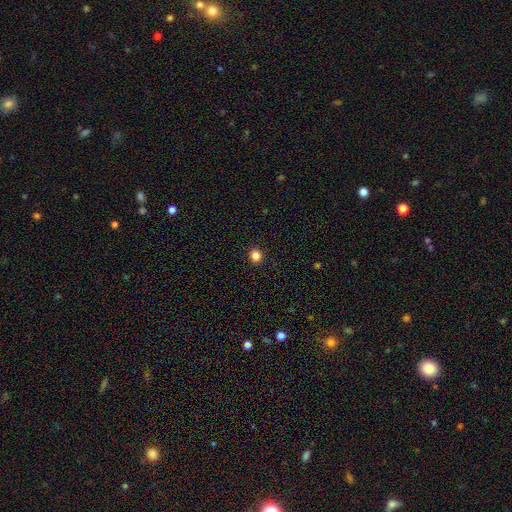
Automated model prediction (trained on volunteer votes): smooth_or_featured: smooth (p=0.83) [alt: star or artifact p=0.13]
how_rounded: round (p=0.85) [alt: in between p=0.14]
merging: none (p=0.93) [alt: minor disturbance p=0.05]